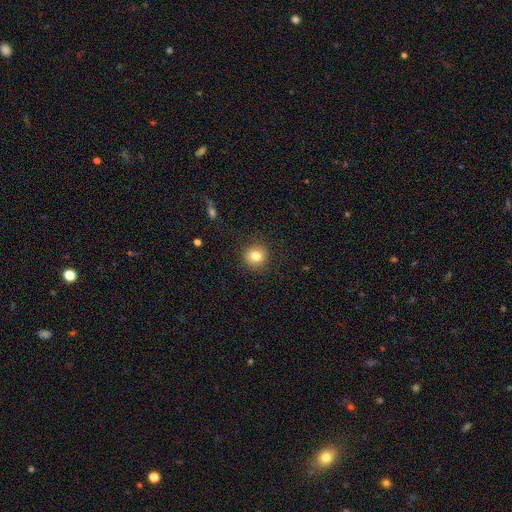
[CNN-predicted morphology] Smooth or featured?
  - smooth: 81% *
  - star or artifact: 11%
  - featured or disk: 8%
How rounded?
  - round: 90% *
  - in between: 9%
  - cigar-shaped: 1%
Merging?
  - none: 88% *
  - minor disturbance: 8%
  - major disturbance: 3%
  - merger: 1%